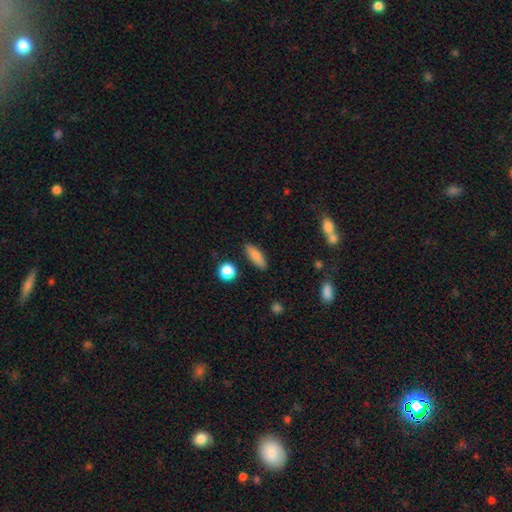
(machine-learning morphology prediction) type=smooth (82%); roundness=in between (56%); merging=none (87%).